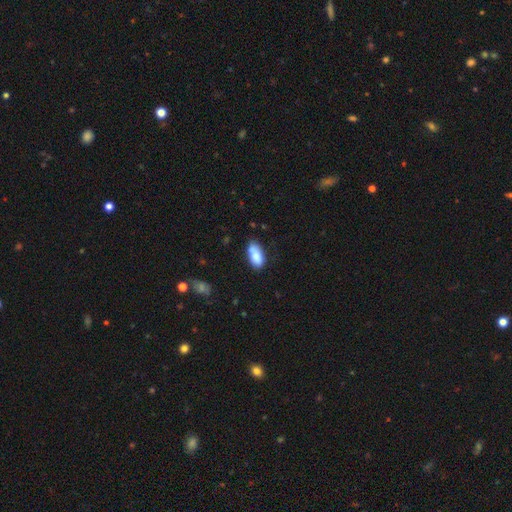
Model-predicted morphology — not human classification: Smooth or featured? Predicted: smooth (p=0.83). How rounded? Predicted: in between (p=0.90). Merging? Predicted: none (p=0.62).